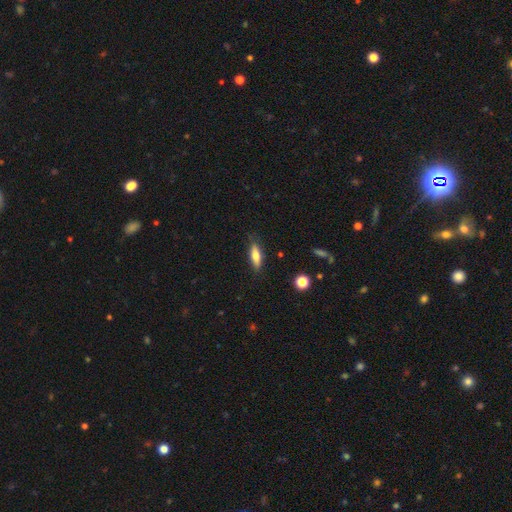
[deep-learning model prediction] Smooth or featured? smooth (68%)
How rounded? cigar-shaped (51%)
Merging? none (81%)